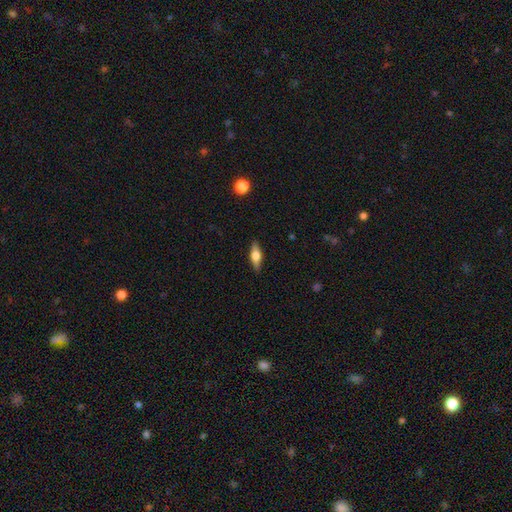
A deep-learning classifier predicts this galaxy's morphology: Smooth or featured: smooth — 49% (featured or disk — 44%)
Merging: none — 88% (minor disturbance — 9%)